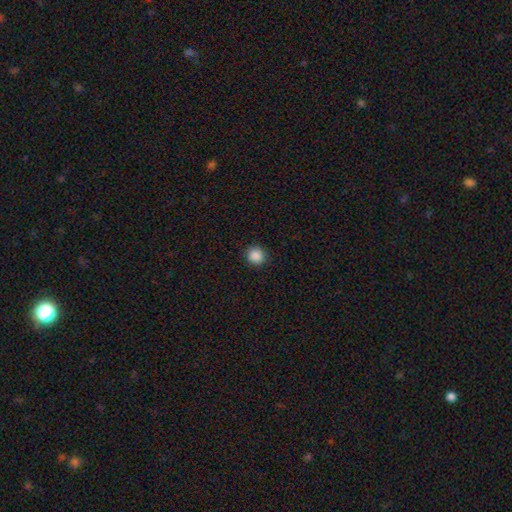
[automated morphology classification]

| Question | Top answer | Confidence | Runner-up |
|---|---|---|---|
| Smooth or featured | smooth | 88% | star or artifact (10%) |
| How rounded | round | 89% | in between (10%) |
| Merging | none | 90% | minor disturbance (7%) |